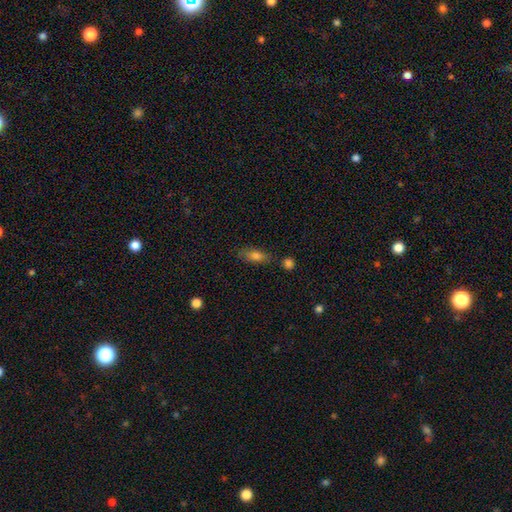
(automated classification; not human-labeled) The model was most divided on "how rounded": in between: 72%, cigar-shaped: 24%, round: 4%. More confident: smooth or featured — smooth (76%); merging — none (73%).